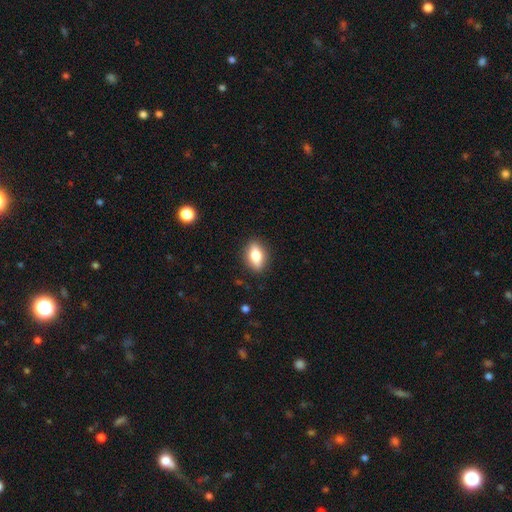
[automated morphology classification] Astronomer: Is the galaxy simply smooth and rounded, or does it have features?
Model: smooth — 74%.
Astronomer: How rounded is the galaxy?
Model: in between — 83%.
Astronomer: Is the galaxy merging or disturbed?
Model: none — 87%.